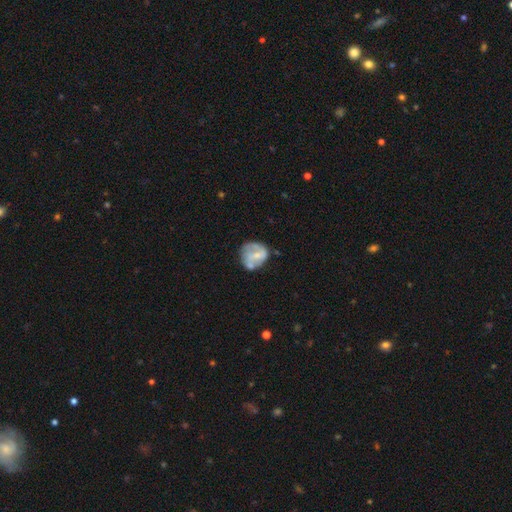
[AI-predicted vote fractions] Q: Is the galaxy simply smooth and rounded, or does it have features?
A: featured or disk — 56%.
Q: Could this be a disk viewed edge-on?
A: no — 98%.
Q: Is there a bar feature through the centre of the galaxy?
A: no — 55%.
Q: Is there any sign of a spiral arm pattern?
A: yes — 50%, tied with no.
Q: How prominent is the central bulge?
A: small — 46%.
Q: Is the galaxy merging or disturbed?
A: none — 47%.